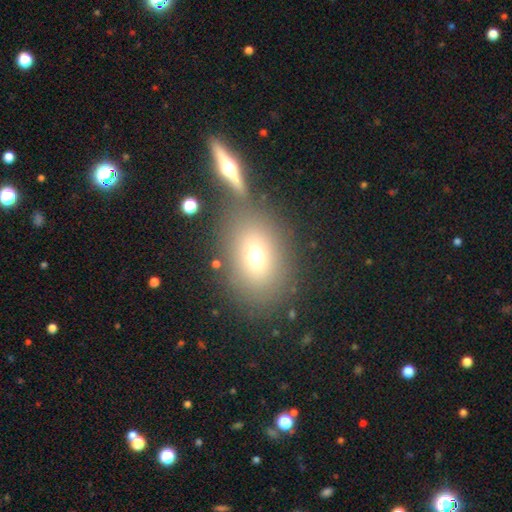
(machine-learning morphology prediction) Smooth or featured? smooth (65%)
How rounded? in between (65%)
Merging? none (68%)